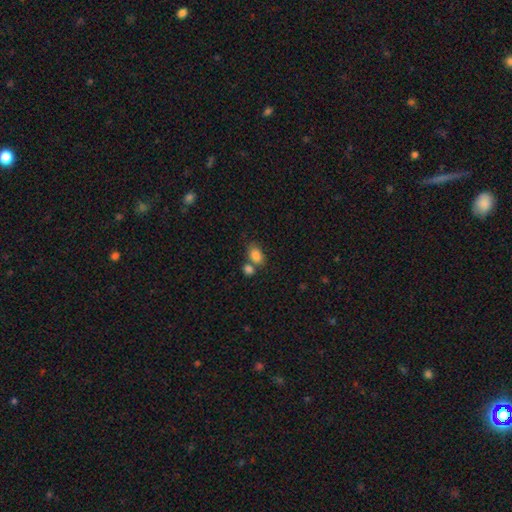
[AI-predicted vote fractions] The model was most divided on "merging": none: 48%, merger: 34%, minor disturbance: 13%, major disturbance: 5%. More confident: smooth or featured — smooth (84%); how rounded — in between (82%).